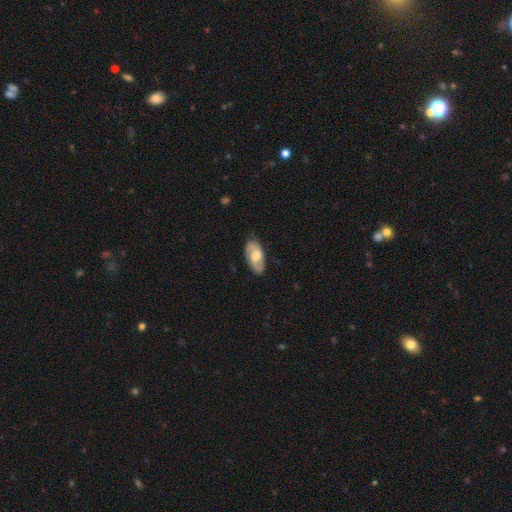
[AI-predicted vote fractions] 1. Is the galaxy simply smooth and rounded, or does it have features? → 57% featured or disk, 38% smooth, 6% star or artifact.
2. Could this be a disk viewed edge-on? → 92% no, 8% yes.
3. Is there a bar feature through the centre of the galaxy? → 54% no, 39% weak, 7% strong.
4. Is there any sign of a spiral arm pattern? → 85% yes, 15% no.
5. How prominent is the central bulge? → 63% moderate, 17% large, 15% small, 3% none, 1% dominant.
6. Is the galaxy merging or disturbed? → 81% none, 15% minor disturbance, 3% major disturbance, 1% merger.